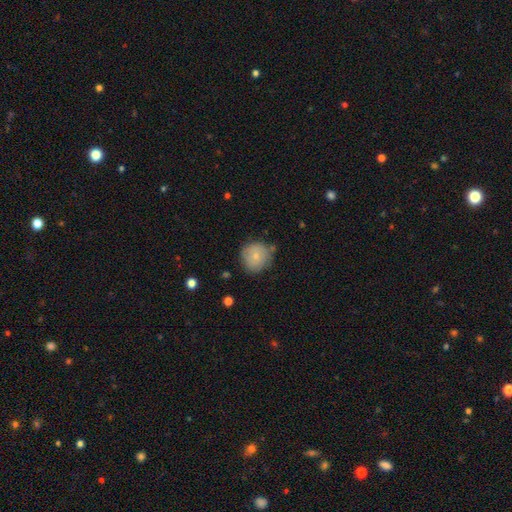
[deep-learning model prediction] Smooth or featured?
  - smooth: 77% *
  - featured or disk: 15%
  - star or artifact: 8%
How rounded?
  - round: 91% *
  - in between: 8%
  - cigar-shaped: 1%
Merging?
  - none: 73% *
  - minor disturbance: 19%
  - major disturbance: 4%
  - merger: 4%